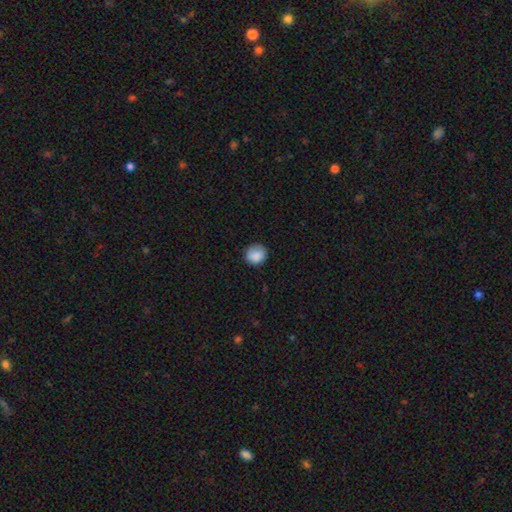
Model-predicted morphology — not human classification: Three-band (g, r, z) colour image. It shows a smooth galaxy with no disk features (87%) that is round (86%). Merging: none (81%).